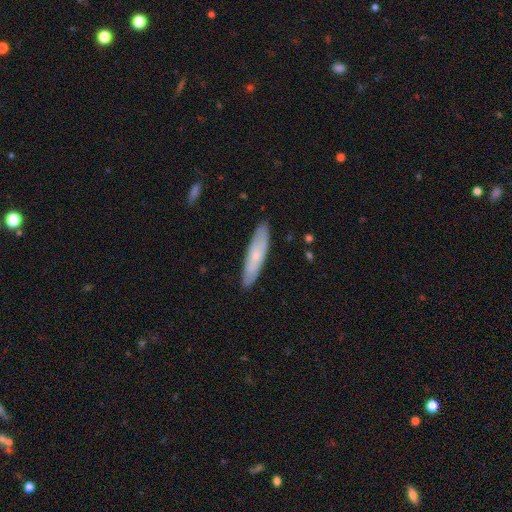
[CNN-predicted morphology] Q: Smooth or featured?
A: smooth (54%); runner-up: featured or disk (40%)
Q: How rounded?
A: cigar-shaped (76%); runner-up: in between (22%)
Q: Merging?
A: none (87%); runner-up: minor disturbance (10%)